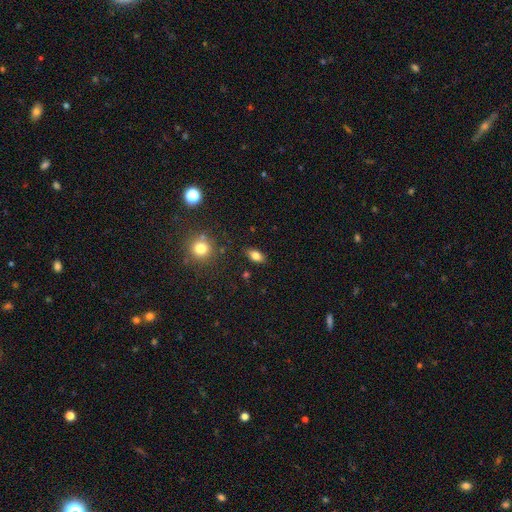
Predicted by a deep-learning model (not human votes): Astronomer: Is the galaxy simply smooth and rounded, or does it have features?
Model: smooth — 80%.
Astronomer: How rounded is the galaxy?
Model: in between — 87%.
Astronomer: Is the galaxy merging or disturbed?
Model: none — 85%.